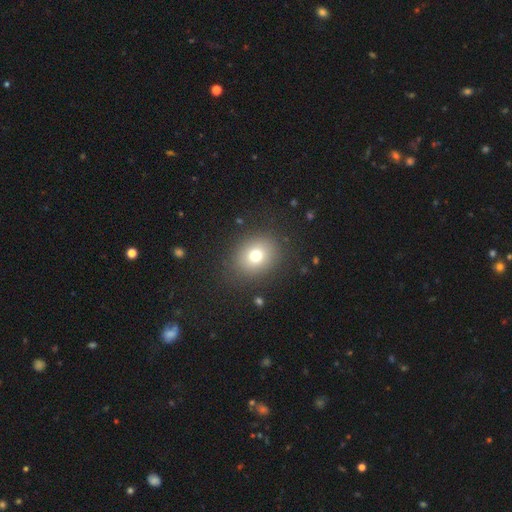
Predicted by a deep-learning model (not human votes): smooth-or-featured: smooth: 73% | star or artifact: 14% | featured or disk: 12%
  how-rounded: round: 70% | in between: 30% | cigar-shaped: 1%
  merging: none: 86% | minor disturbance: 8% | major disturbance: 4% | merger: 1%